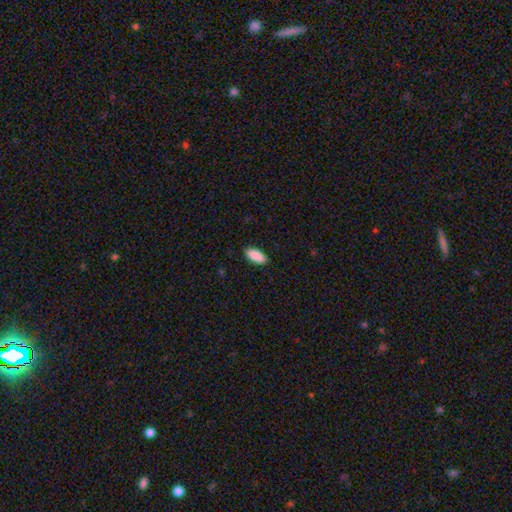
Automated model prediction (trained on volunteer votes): This is clearly a smooth galaxy (91%). How rounded: clearly in between (88%). Merging: clearly none (89%).